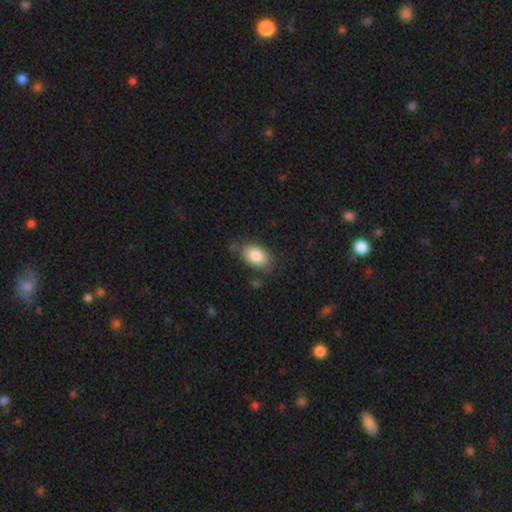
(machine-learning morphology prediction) A smooth galaxy with no disk features (85%) that is in between round and cigar-shaped (91%). Merging: none (76%).